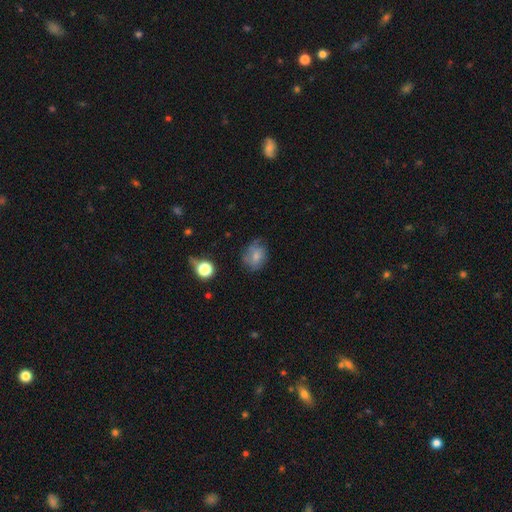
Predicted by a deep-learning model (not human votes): smooth-or-featured: smooth: 68% | featured or disk: 21% | star or artifact: 11%
  how-rounded: round: 53% | in between: 46% | cigar-shaped: 1%
  merging: none: 59% | minor disturbance: 28% | major disturbance: 11% | merger: 2%